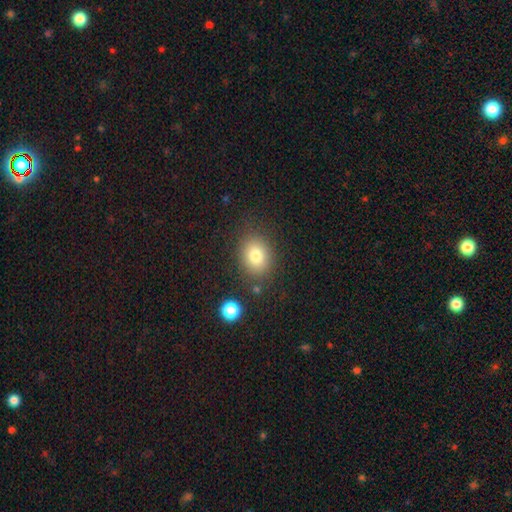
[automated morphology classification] Smooth or featured?
  - smooth: 80% *
  - star or artifact: 11%
  - featured or disk: 9%
How rounded?
  - round: 54% *
  - in between: 45%
  - cigar-shaped: 1%
Merging?
  - none: 80% *
  - minor disturbance: 12%
  - major disturbance: 4%
  - merger: 4%